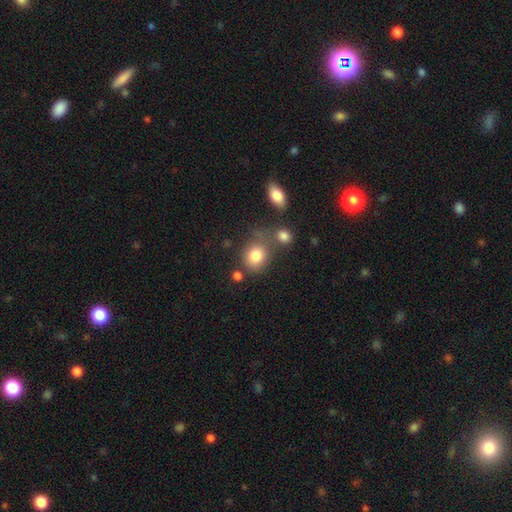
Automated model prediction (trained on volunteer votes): Smooth or featured: smooth — 82% (star or artifact — 10%)
How rounded: round — 64% (in between — 35%)
Merging: none — 57% (merger — 20%)